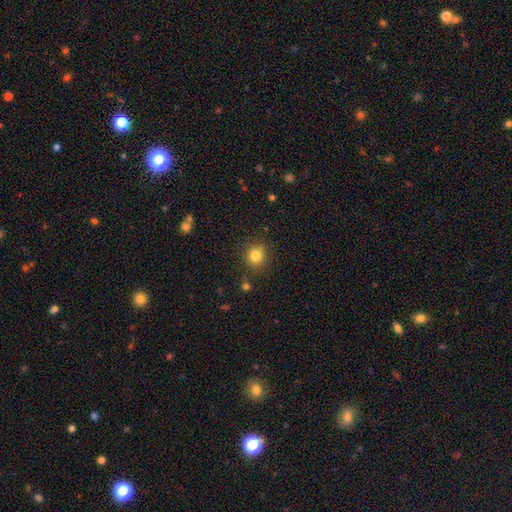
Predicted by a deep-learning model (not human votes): smooth 82%, star or artifact 12%, featured or disk 6%. Down the decision tree: how rounded — round (87%); merging — none (84%).